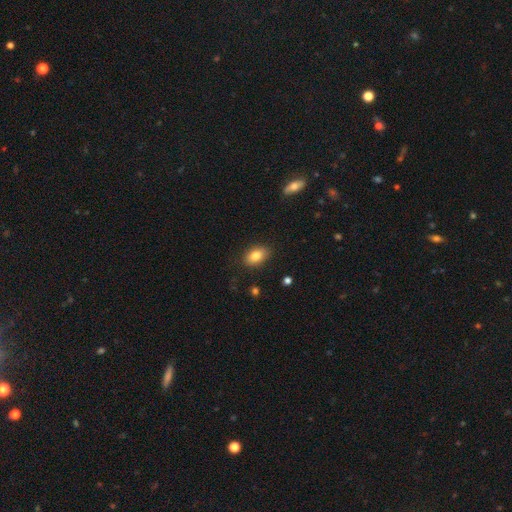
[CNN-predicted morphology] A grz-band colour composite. It shows a smooth galaxy with no disk features (83%) that is in between round and cigar-shaped (88%). Merging: none (86%).